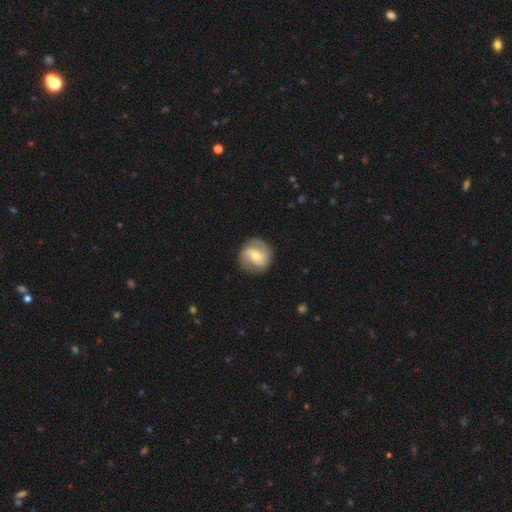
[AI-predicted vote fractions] A featured or disk galaxy (65%) with a weak bar (44%), 2 (79%) medium (44%) spiral arms (86%) and a moderate central bulge (56%).

Vote fractions:
- Smooth or featured? featured or disk: 65% / smooth: 29% / star or artifact: 6%
- Edge-on disk? no: 97% / yes: 3%
- Bar? weak: 44% / no: 35% / strong: 21%
- Spiral arms? yes: 86% / no: 14%
- Spiral winding? medium: 44% / tight: 33% / loose: 22%
- Spiral arm count? 2: 79% / can't tell: 10% / 3: 4% / 1: 3% / 4: 1% / more than 4: 1%
- Bulge size? moderate: 56% / small: 38% / large: 3% / none: 1% / dominant: 1%
- Merging? none: 81% / minor disturbance: 13% / major disturbance: 5% / merger: 1%